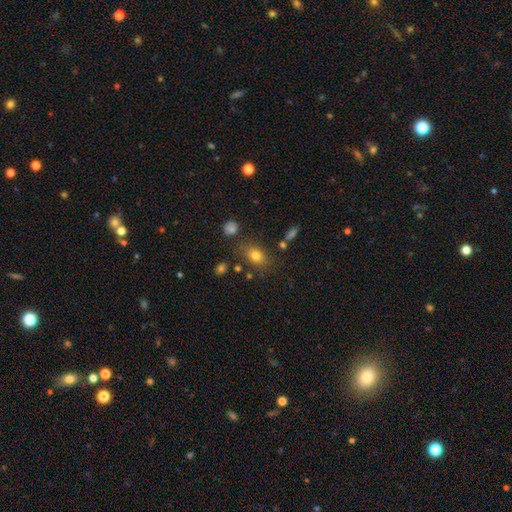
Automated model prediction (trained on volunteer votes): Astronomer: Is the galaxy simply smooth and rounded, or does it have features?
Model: smooth — 78%.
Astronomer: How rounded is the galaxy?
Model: in between — 71%.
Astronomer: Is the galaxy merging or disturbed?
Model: none — 74%.